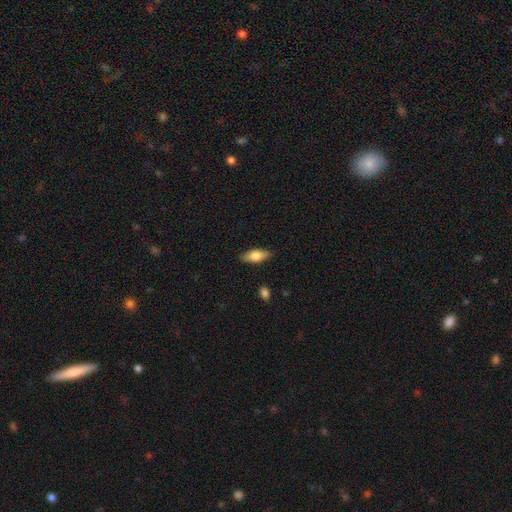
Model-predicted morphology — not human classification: A smooth galaxy with no disk features (74%) that is in between round and cigar-shaped (77%).

Vote fractions:
- Smooth or featured? smooth: 74% / featured or disk: 20% / star or artifact: 6%
- How rounded? in between: 77% / cigar-shaped: 20% / round: 3%
- Merging? none: 86% / minor disturbance: 10% / major disturbance: 2% / merger: 1%